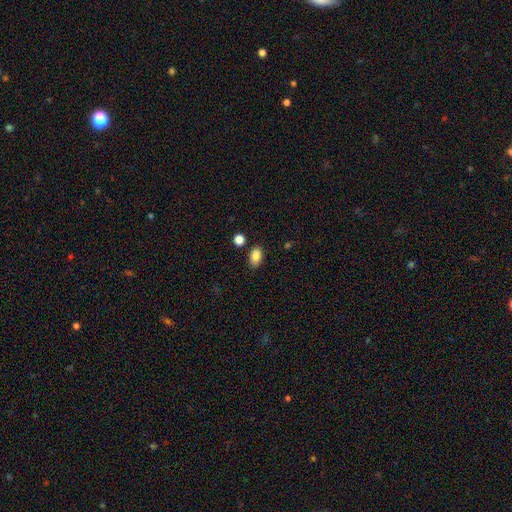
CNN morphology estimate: This appears to be a smooth galaxy with no disk features (85%) that is in between round and cigar-shaped (87%). Merging: none (81%).